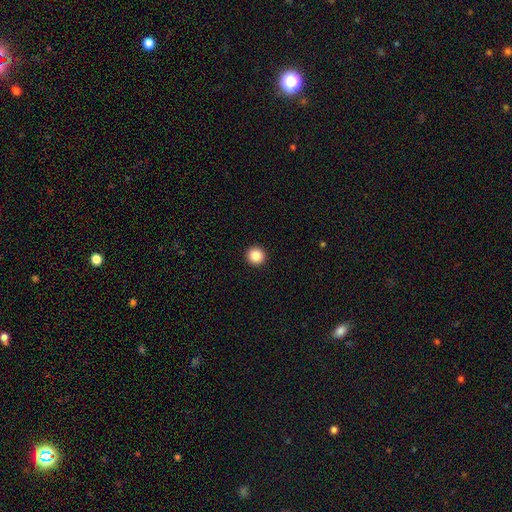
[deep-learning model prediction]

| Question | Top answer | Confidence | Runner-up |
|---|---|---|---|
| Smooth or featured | smooth | 86% | star or artifact (10%) |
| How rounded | round | 95% | in between (4%) |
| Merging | none | 94% | minor disturbance (4%) |